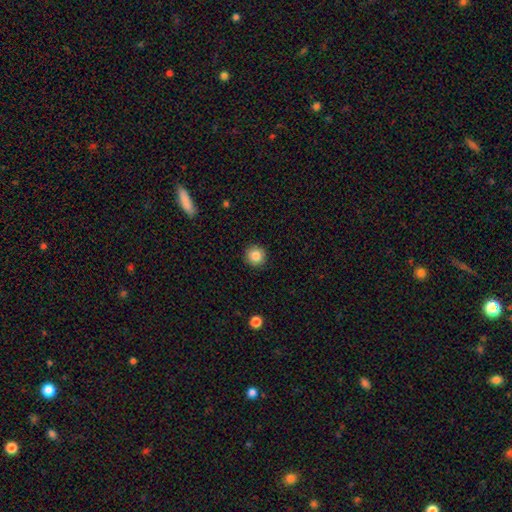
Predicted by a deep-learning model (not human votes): The model was most divided on "smooth or featured": smooth: 85%, star or artifact: 9%, featured or disk: 5%. More confident: how rounded — round (95%); merging — none (92%).